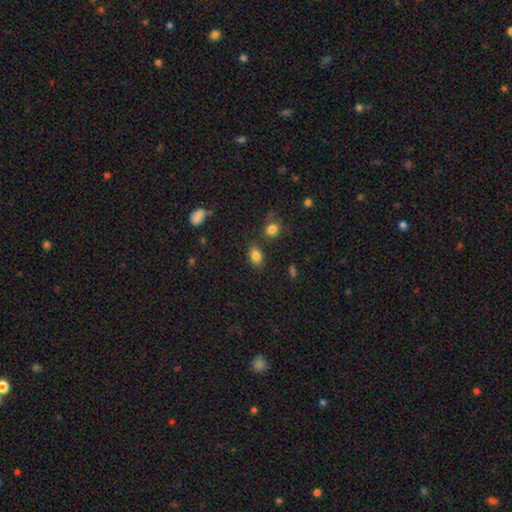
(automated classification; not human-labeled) The model was most divided on "how rounded": in between: 71%, round: 28%, cigar-shaped: 1%. More confident: smooth or featured — smooth (83%); merging — none (75%).